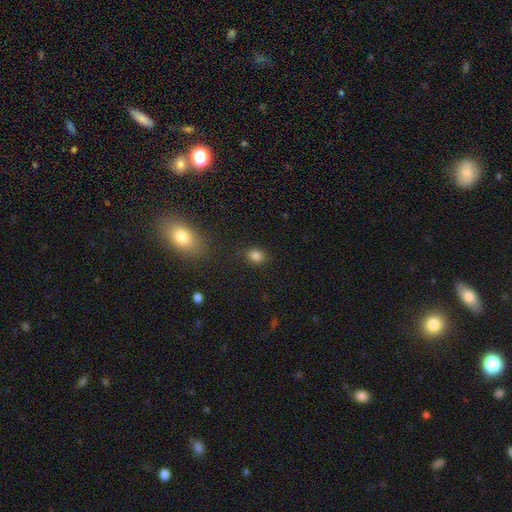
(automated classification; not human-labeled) The model was most divided on "how rounded": round: 51%, in between: 48%, cigar-shaped: 1%. More confident: merging — none (83%); smooth or featured — smooth (83%).